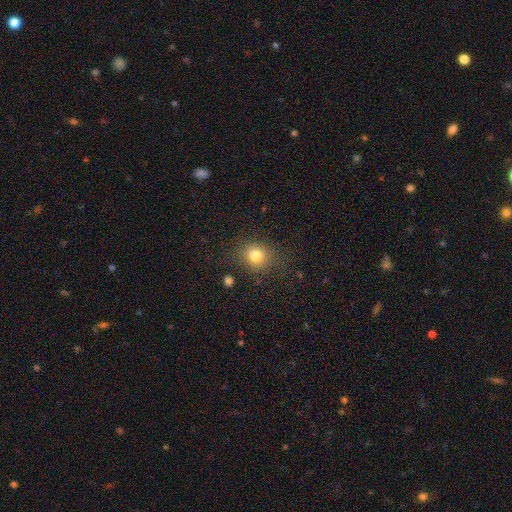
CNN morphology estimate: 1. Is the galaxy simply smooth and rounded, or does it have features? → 78% smooth, 13% star or artifact, 9% featured or disk.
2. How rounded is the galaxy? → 71% round, 28% in between, 1% cigar-shaped.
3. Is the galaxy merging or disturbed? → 81% none, 12% minor disturbance, 5% major disturbance, 2% merger.